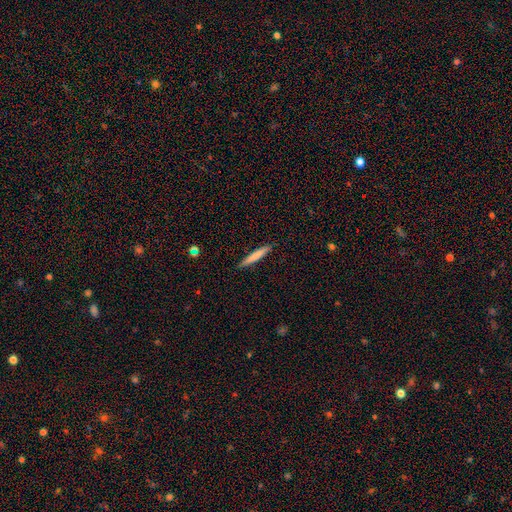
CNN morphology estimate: Q: Smooth or featured?
A: smooth (74%); runner-up: featured or disk (20%)
Q: How rounded?
A: cigar-shaped (95%); runner-up: in between (4%)
Q: Merging?
A: none (91%); runner-up: minor disturbance (7%)